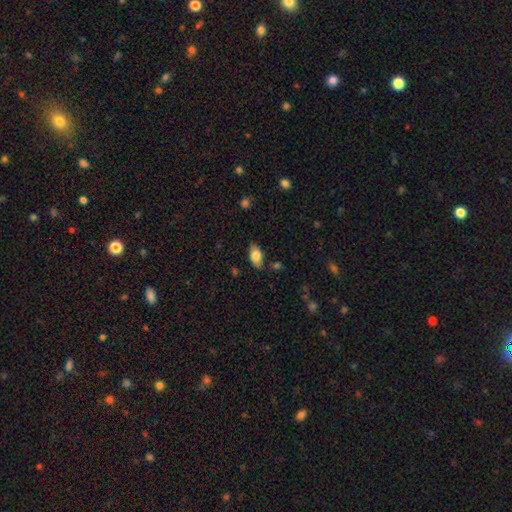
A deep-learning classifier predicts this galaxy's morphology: A smooth galaxy with no disk features (81%) that is in between round and cigar-shaped (93%). Merging: none (82%).